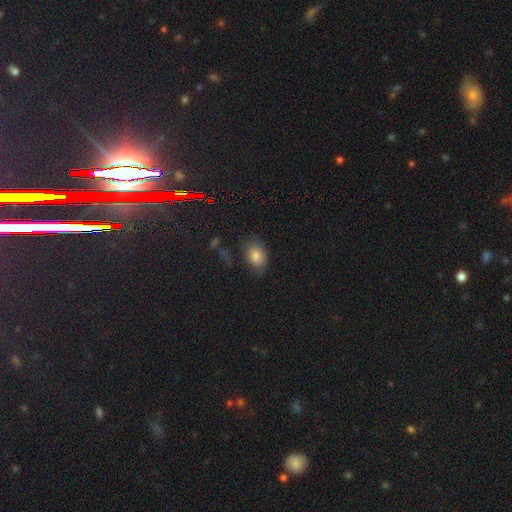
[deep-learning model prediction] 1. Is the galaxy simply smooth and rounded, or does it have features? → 78% smooth, 11% star or artifact, 10% featured or disk.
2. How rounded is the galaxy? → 79% in between, 20% round, 1% cigar-shaped.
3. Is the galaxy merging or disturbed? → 66% none, 24% minor disturbance, 7% major disturbance, 3% merger.